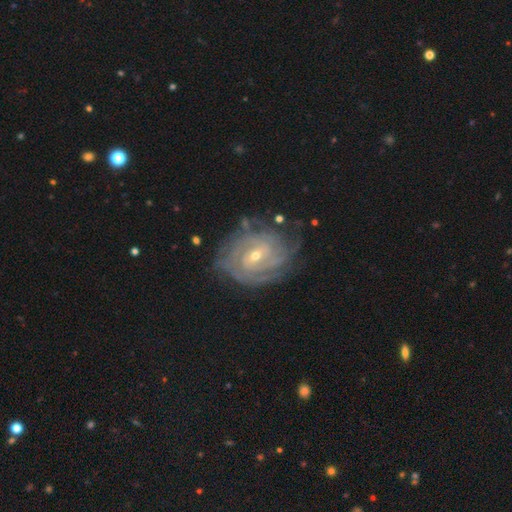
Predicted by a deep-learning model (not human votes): Smooth or featured? featured or disk (89%)
Edge-on disk? no (97%)
Bar? weak (44%)
Spiral arms? yes (97%)
Spiral winding? tight (78%)
Spiral arm count? can't tell (29%)
Bulge size? small (61%)
Merging? none (73%)